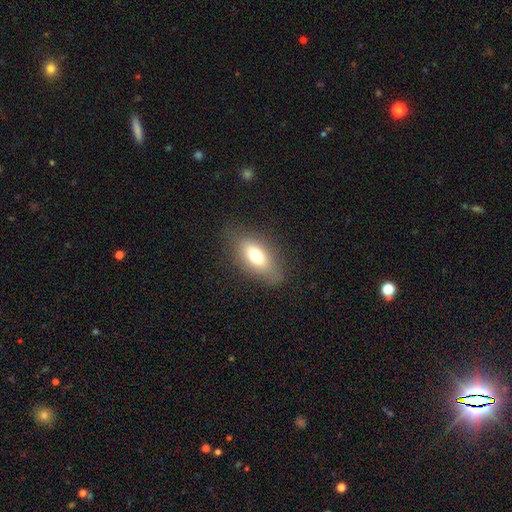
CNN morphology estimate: Smooth or featured: smooth — 70% (featured or disk — 21%)
How rounded: in between — 83% (cigar-shaped — 11%)
Merging: none — 78% (minor disturbance — 15%)